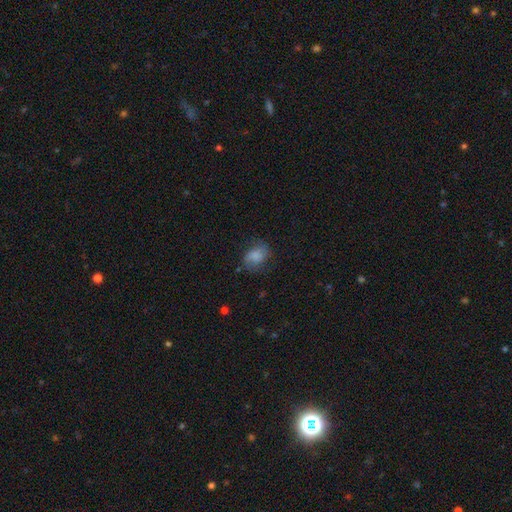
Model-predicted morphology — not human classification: A smooth galaxy with no disk features (71%) that is in between round and cigar-shaped (70%).

Vote fractions:
- Smooth or featured? smooth: 71% / featured or disk: 19% / star or artifact: 10%
- How rounded? in between: 70% / round: 29% / cigar-shaped: 1%
- Merging? none: 60% / minor disturbance: 26% / major disturbance: 12% / merger: 2%